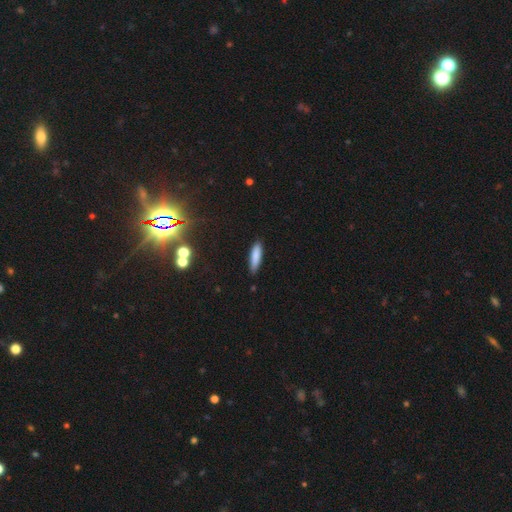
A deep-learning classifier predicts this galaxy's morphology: Overall: smooth (83%). How rounded: cigar-shaped (70%). Merging: none (85%).